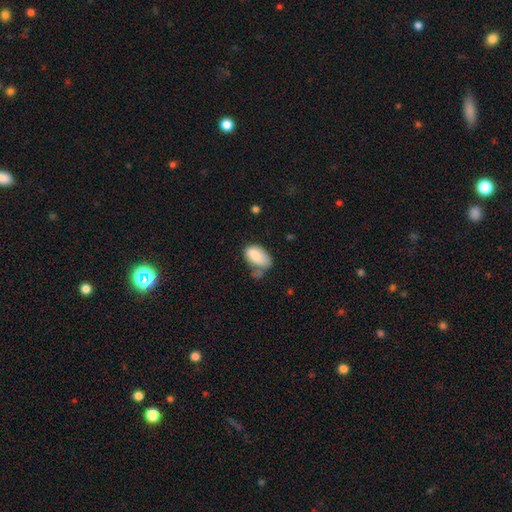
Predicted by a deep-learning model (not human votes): A smooth galaxy with no disk features (82%) that is in between round and cigar-shaped (93%).

Vote fractions:
- Smooth or featured? smooth: 82% / featured or disk: 11% / star or artifact: 7%
- How rounded? in between: 93% / round: 5% / cigar-shaped: 2%
- Merging? none: 38% / minor disturbance: 33% / major disturbance: 15% / merger: 14%